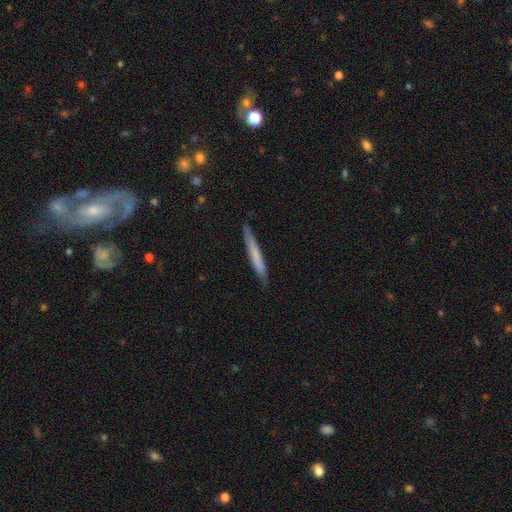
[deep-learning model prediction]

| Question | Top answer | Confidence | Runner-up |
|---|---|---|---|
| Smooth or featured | smooth | 63% | featured or disk (32%) |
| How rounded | cigar-shaped | 96% | in between (3%) |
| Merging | none | 86% | minor disturbance (11%) |